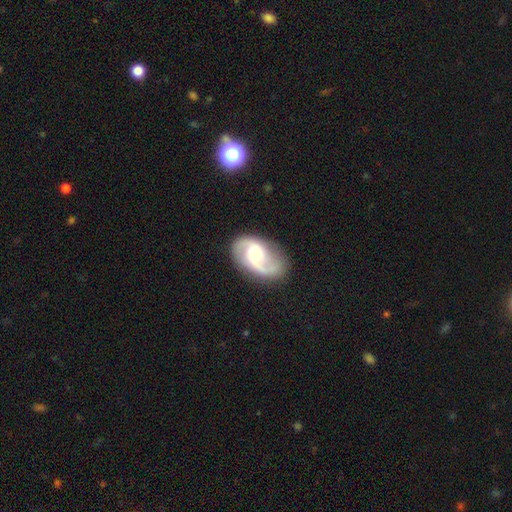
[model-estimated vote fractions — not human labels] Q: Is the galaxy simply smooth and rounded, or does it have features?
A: featured or disk — 84%.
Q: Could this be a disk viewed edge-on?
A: no — 97%.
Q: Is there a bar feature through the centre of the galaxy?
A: no — 50%.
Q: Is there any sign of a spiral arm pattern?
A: yes — 96%.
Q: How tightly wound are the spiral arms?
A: medium — 52%.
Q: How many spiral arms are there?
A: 2 — 90%.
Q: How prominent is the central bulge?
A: moderate — 53%.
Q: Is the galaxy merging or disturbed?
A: none — 81%.